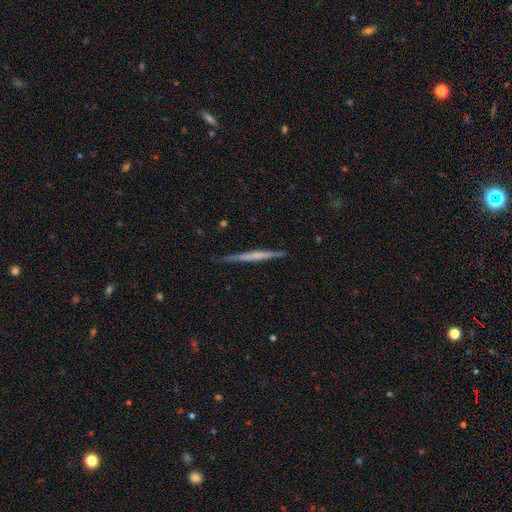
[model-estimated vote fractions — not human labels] smooth-or-featured: featured or disk: 61% | smooth: 33% | star or artifact: 6%
  disk-edge-on: yes: 98% | no: 2%
    edge-on-bulge: none: 65% | rounded: 24% | boxy: 10%
  merging: none: 87% | minor disturbance: 10% | major disturbance: 2% | merger: 1%